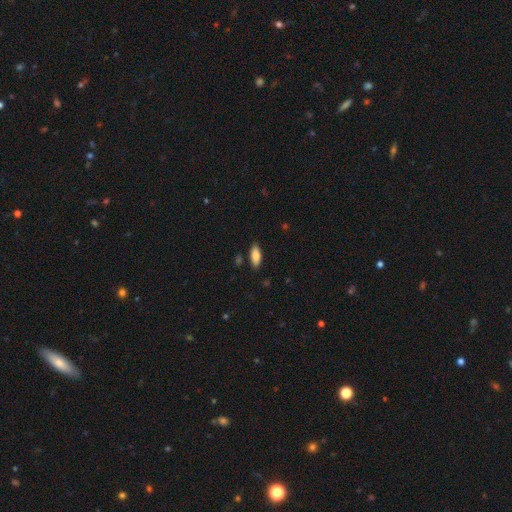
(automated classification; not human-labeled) This appears to be a smooth galaxy with no disk features (81%) that is in between round and cigar-shaped (76%). Merging: none (86%).